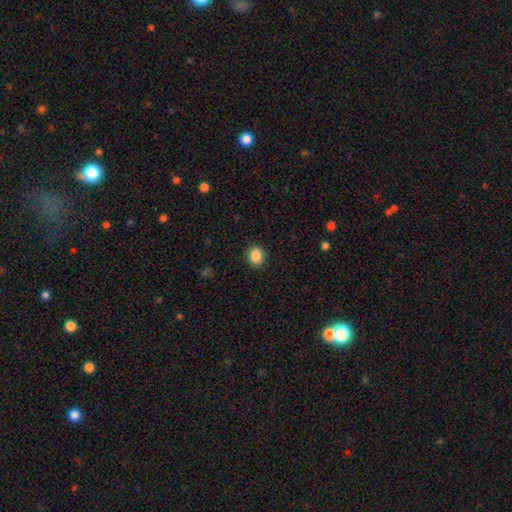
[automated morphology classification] Smooth or featured?
  - smooth: 88% *
  - star or artifact: 9%
  - featured or disk: 3%
How rounded?
  - round: 61% *
  - in between: 38%
  - cigar-shaped: 1%
Merging?
  - none: 89% *
  - minor disturbance: 7%
  - major disturbance: 2%
  - merger: 1%